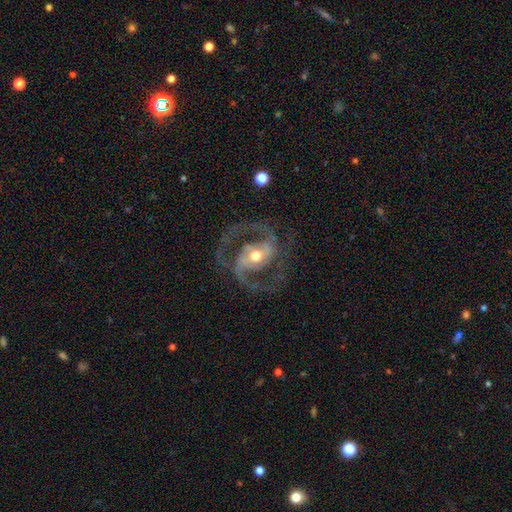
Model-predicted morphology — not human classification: A featured or disk galaxy (92%) with a weak bar (38%), 2 (93%) medium (66%) spiral arms (97%) and a moderate central bulge (73%).

Vote fractions:
- Smooth or featured? featured or disk: 92% / star or artifact: 4% / smooth: 4%
- Edge-on disk? no: 98% / yes: 2%
- Bar? weak: 38% / no: 34% / strong: 28%
- Spiral arms? yes: 97% / no: 3%
- Spiral winding? medium: 66% / tight: 19% / loose: 16%
- Spiral arm count? 2: 93% / 3: 2% / can't tell: 2% / 1: 1% / 4: 1% / more than 4: 1%
- Bulge size? moderate: 73% / small: 17% / large: 9% / dominant: 1% / none: 1%
- Merging? none: 78% / minor disturbance: 12% / major disturbance: 8% / merger: 1%